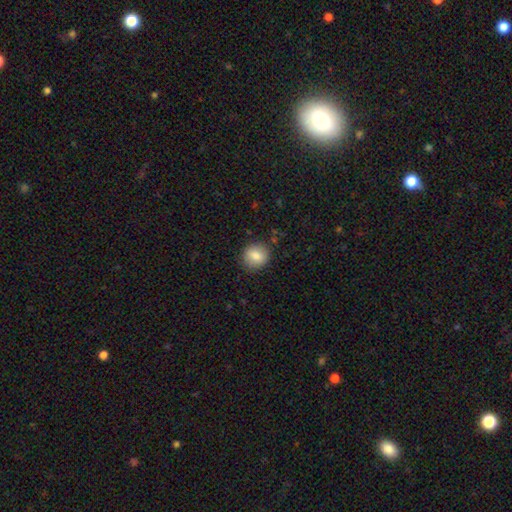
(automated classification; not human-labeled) This appears to be a smooth galaxy with no disk features (81%) that is round (81%). Merging: none (86%).